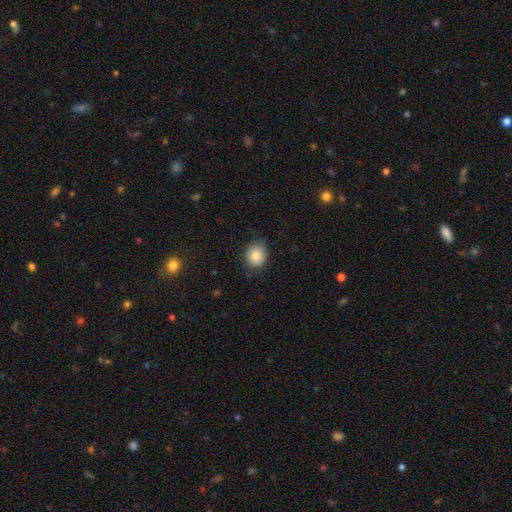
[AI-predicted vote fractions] A smooth galaxy with no disk features (83%) that is round (66%). Merging: none (78%).